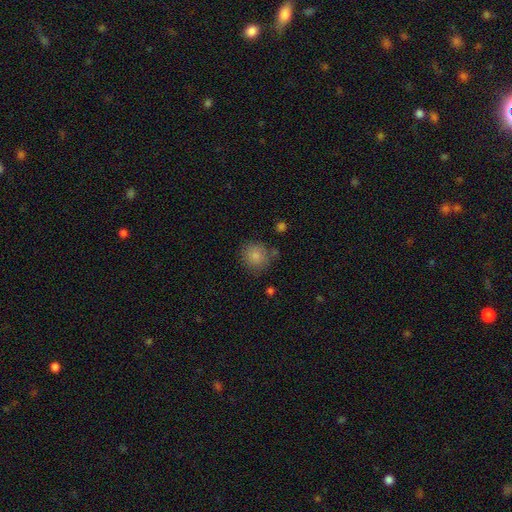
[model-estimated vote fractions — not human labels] Smooth or featured: smooth — 84% (star or artifact — 9%)
How rounded: round — 85% (in between — 14%)
Merging: none — 73% (minor disturbance — 17%)